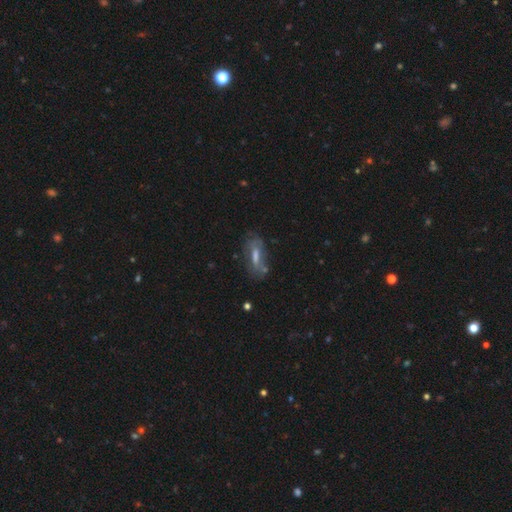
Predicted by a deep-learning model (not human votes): Morphology: type=featured or disk (54%); edge-on=no (76%); merging=none (58%).